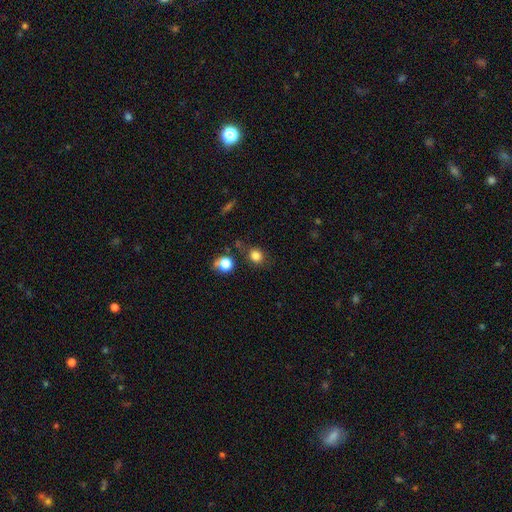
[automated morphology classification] smooth_or_featured: smooth (p=0.81) [alt: star or artifact p=0.14]
how_rounded: round (p=0.76) [alt: in between p=0.23]
merging: none (p=0.75) [alt: minor disturbance p=0.13]